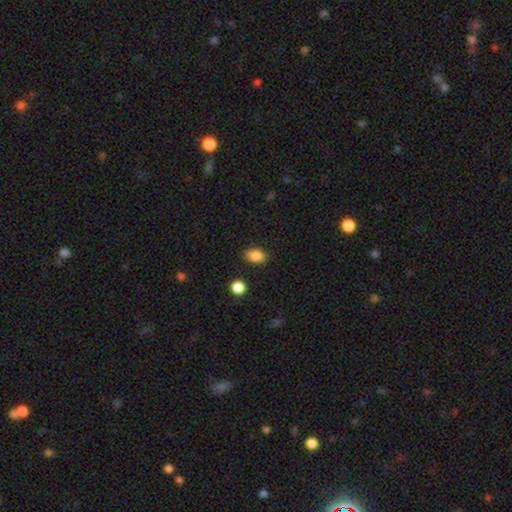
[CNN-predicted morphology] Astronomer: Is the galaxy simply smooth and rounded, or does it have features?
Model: smooth — 86%.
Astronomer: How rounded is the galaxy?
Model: in between — 80%.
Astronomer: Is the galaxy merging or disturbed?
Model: none — 83%.